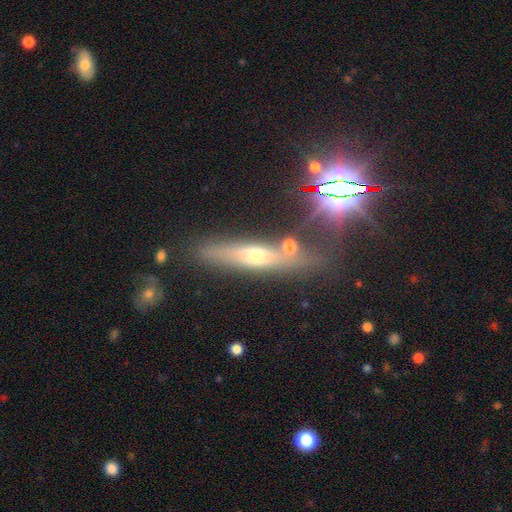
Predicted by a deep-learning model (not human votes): Smooth or featured: featured or disk — 40% (tied with smooth — 40%)
Merging: none — 73% (minor disturbance — 12%)